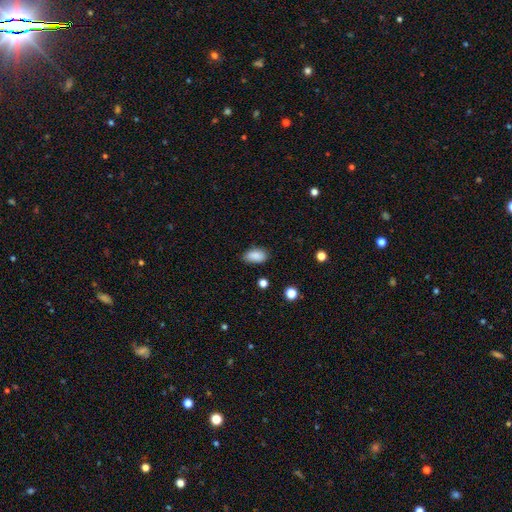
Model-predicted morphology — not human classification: Q: Smooth or featured?
A: smooth (88%); runner-up: star or artifact (8%)
Q: How rounded?
A: in between (92%); runner-up: round (5%)
Q: Merging?
A: none (81%); runner-up: minor disturbance (14%)